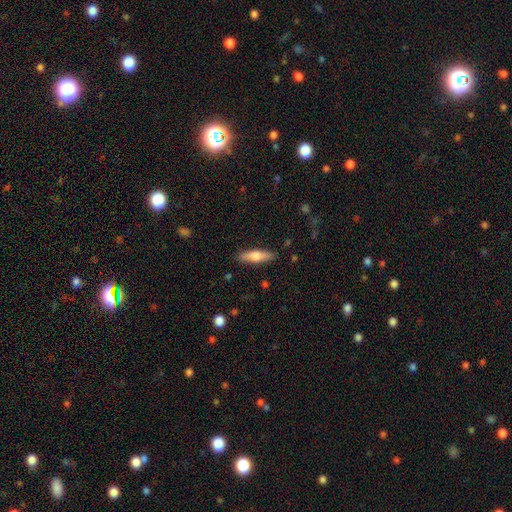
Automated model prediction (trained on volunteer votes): Q: Smooth or featured?
A: smooth (61%); runner-up: featured or disk (33%)
Q: How rounded?
A: cigar-shaped (63%); runner-up: in between (35%)
Q: Merging?
A: none (88%); runner-up: minor disturbance (9%)